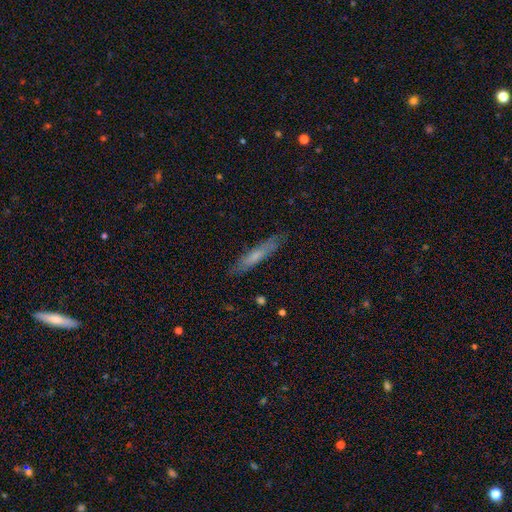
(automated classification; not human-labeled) smooth_or_featured: smooth (p=0.56) [alt: featured or disk p=0.37]
how_rounded: cigar-shaped (p=0.88) [alt: in between p=0.11]
merging: none (p=0.83) [alt: minor disturbance p=0.14]